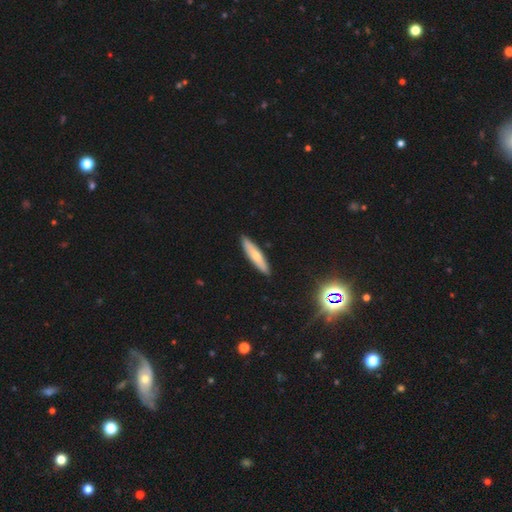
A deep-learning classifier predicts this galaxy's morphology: type=smooth (66%); roundness=cigar-shaped (84%); merging=none (90%).